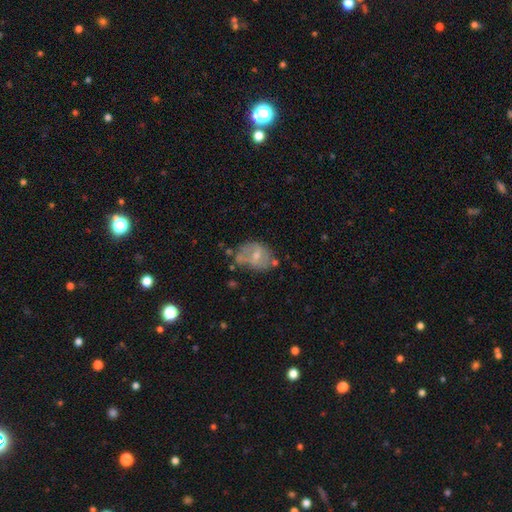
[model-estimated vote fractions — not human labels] featured or disk 47%, smooth 45%, star or artifact 8%. Down the decision tree: merging — none (43%).